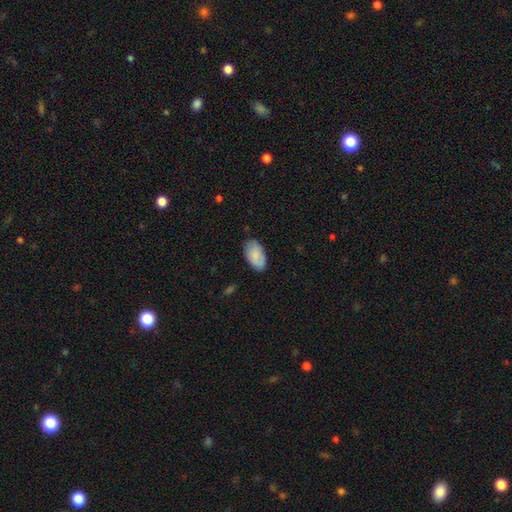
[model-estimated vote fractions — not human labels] This is clearly a smooth galaxy (83%). How rounded: clearly in between (95%). Merging: likely none (78%).